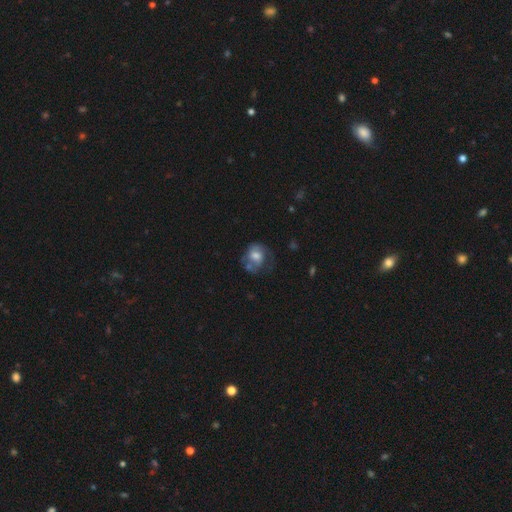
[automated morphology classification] This is possibly a smooth galaxy (46%). Merging: marginally none (43%).